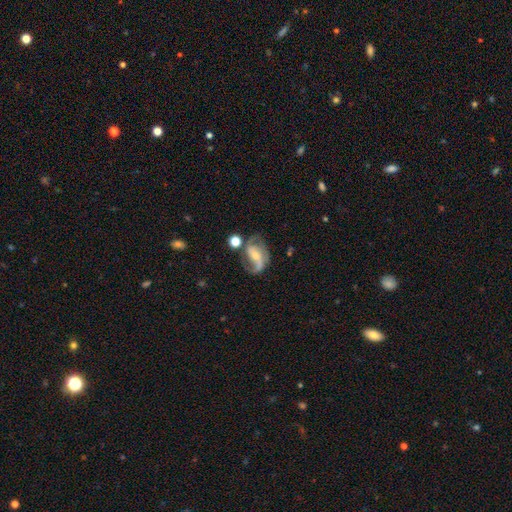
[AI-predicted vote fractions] A featured or disk galaxy (79%) with a weak bar (37%), 2 (74%) loose (42%, tied with medium) spiral arms (91%) and a small central bulge (55%). Merging: none (52%).